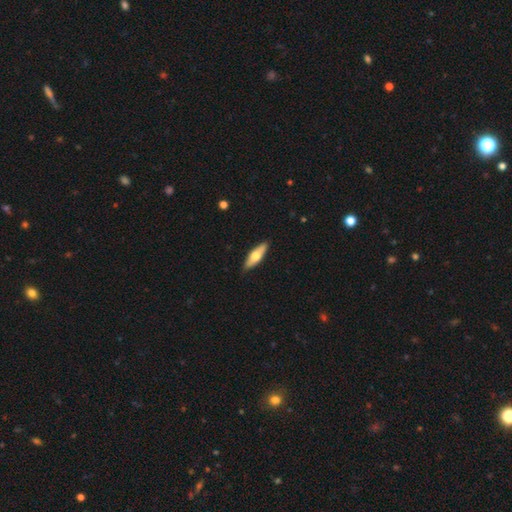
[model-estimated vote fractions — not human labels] This appears to be a smooth galaxy with no disk features (55%) that is in between round and cigar-shaped (51%). Merging: none (88%).